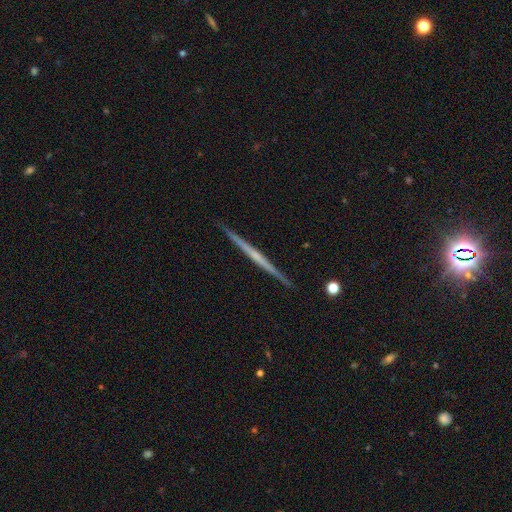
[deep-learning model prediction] Overall: featured or disk (73%). Edge-on disk: yes (98%). Edge-on bulge: none (71%). Merging: none (92%).